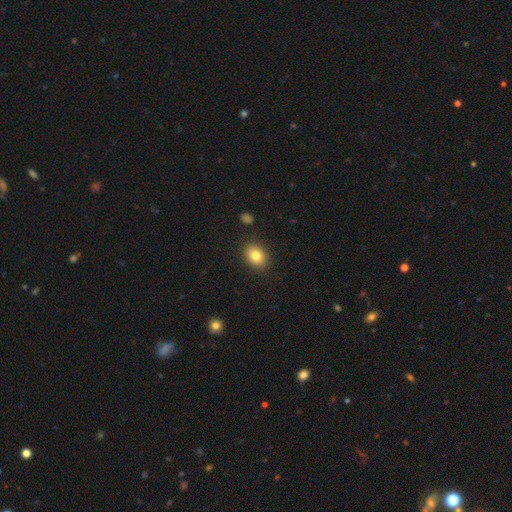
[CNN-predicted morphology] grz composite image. It shows a smooth galaxy with no disk features (82%) that is in between round and cigar-shaped (53%). Merging: none (88%).